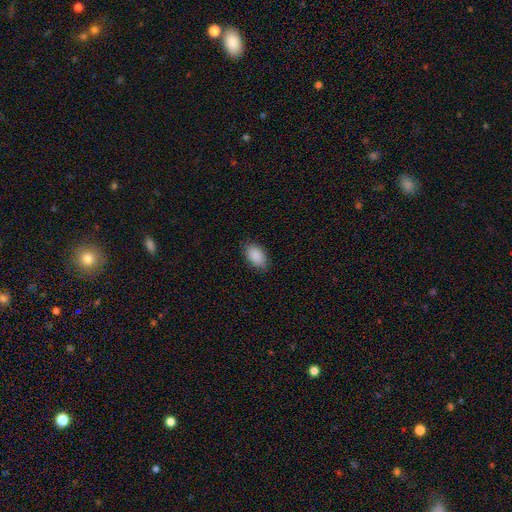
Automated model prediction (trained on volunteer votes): Overall: smooth (90%). How rounded: in between (92%). Merging: none (84%).